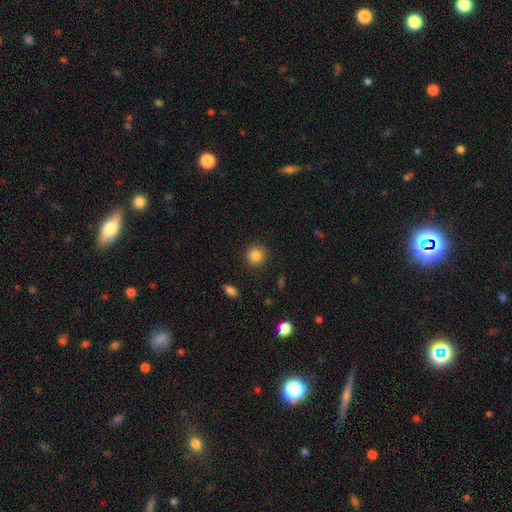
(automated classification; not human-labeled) Morphology: type=smooth (84%); roundness=round (92%); merging=none (91%).